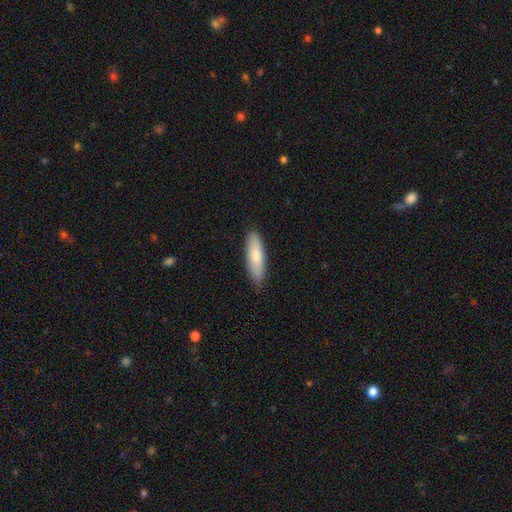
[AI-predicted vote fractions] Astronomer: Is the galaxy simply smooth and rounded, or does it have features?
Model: smooth — 77%.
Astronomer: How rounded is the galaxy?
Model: cigar-shaped — 60% (runner-up: in between, 38%).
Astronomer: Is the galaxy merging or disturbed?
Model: none — 84%.